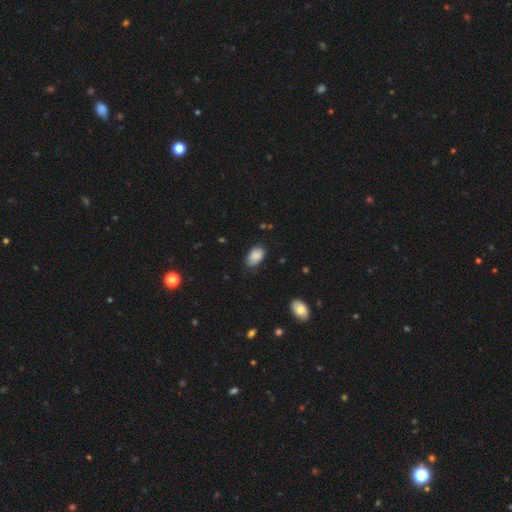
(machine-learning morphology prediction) A smooth galaxy with no disk features (86%) that is in between round and cigar-shaped (90%). Merging: none (67%).